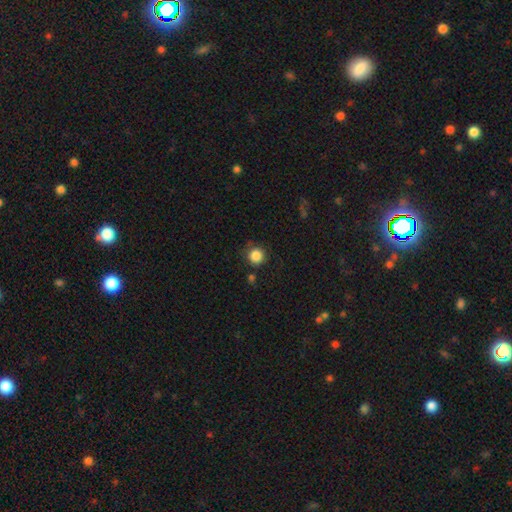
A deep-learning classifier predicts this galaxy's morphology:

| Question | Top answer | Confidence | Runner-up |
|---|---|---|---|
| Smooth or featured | smooth | 86% | star or artifact (10%) |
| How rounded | round | 94% | in between (5%) |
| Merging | none | 82% | minor disturbance (11%) |